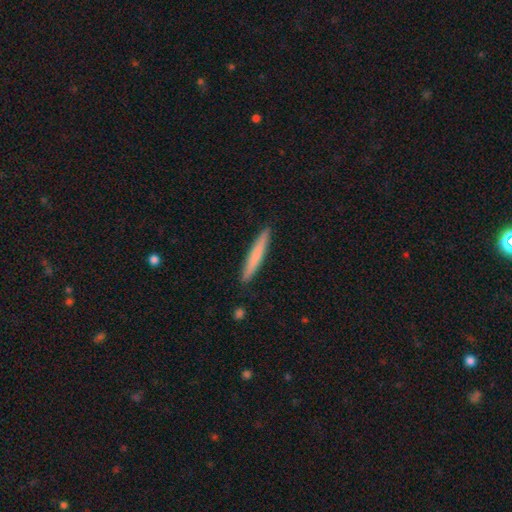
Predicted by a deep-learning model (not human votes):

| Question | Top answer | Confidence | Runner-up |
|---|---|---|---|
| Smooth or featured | smooth | 73% | featured or disk (22%) |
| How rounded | cigar-shaped | 96% | in between (3%) |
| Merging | none | 92% | minor disturbance (6%) |